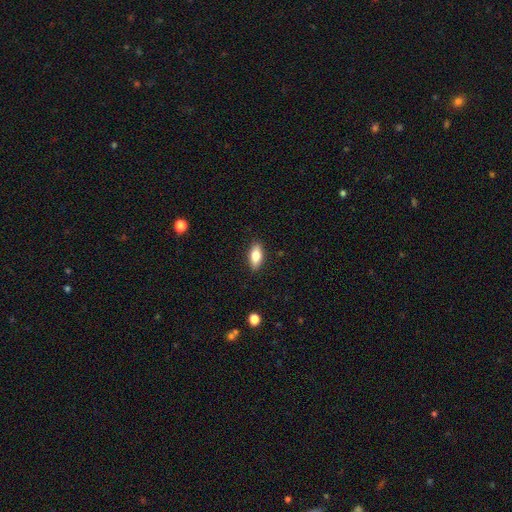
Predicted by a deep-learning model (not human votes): This is likely a smooth galaxy (76%). How rounded: likely in between (78%). Merging: clearly none (88%).